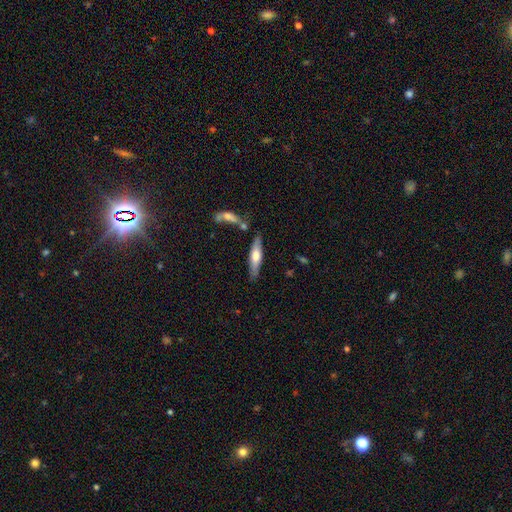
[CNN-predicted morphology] The model was most divided on "smooth or featured": smooth: 53%, featured or disk: 41%, star or artifact: 6%. More confident: merging — none (76%); how rounded — cigar-shaped (73%).